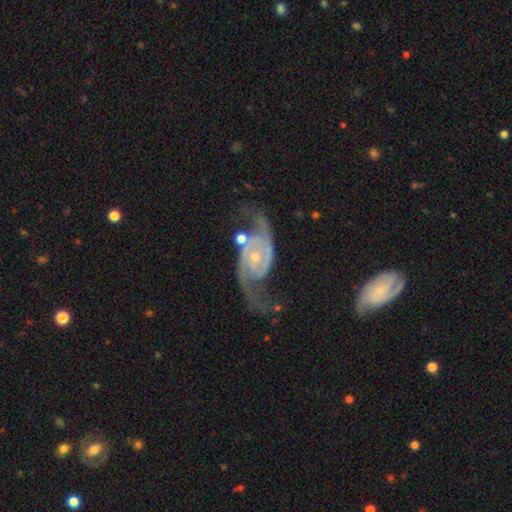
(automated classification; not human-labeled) Smooth or featured: featured or disk — 91% (star or artifact — 5%)
Edge-on disk: no — 97% (yes — 3%)
Bar: no — 69% (weak — 24%)
Spiral arms: yes — 98% (no — 2%)
Spiral winding: medium — 48% (loose — 33%)
Spiral arm count: 2 — 92% (can't tell — 2%)
Bulge size: small — 71% (moderate — 24%)
Merging: none — 55% (minor disturbance — 19%)